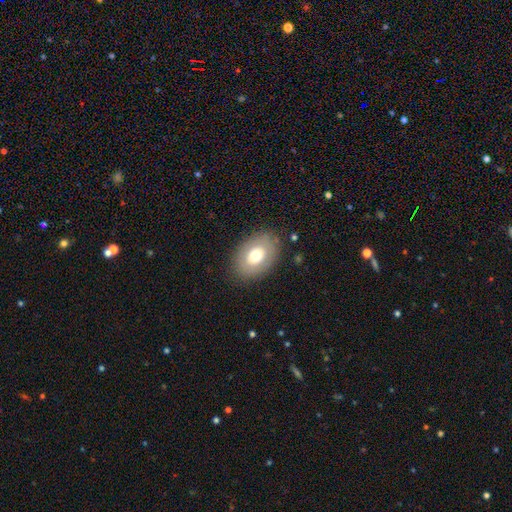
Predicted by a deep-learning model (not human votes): A smooth galaxy with no disk features (65%) that is in between round and cigar-shaped (80%). Merging: none (83%).